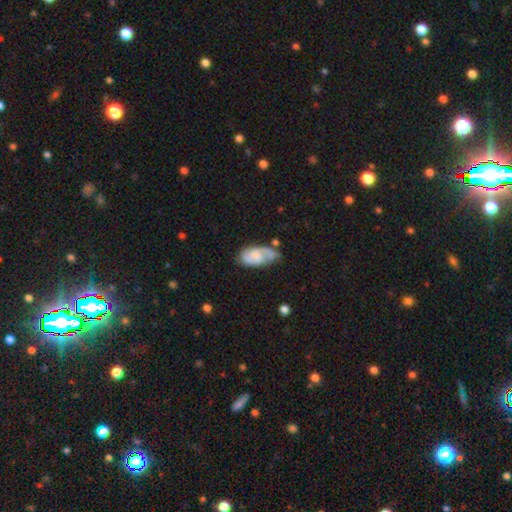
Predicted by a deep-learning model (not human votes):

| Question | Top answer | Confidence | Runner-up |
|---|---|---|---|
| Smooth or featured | featured or disk | 53% | smooth (40%) |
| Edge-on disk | no | 95% | yes (5%) |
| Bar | no | 52% | weak (40%) |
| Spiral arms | yes | 85% | no (15%) |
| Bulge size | small | 39% | moderate (27%) |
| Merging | none | 55% | minor disturbance (29%) |